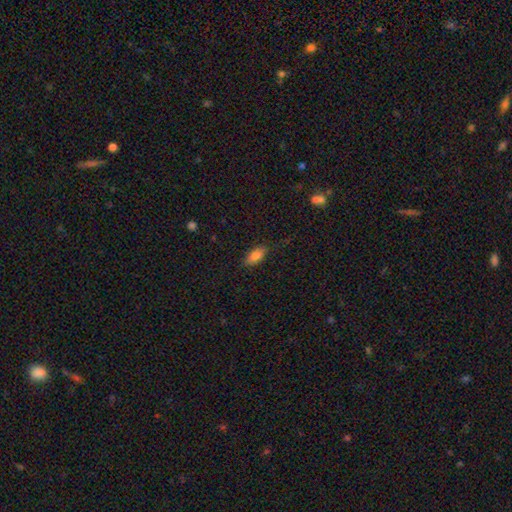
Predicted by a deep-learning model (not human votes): Q: Smooth or featured?
A: smooth (83%); runner-up: featured or disk (9%)
Q: How rounded?
A: in between (86%); runner-up: cigar-shaped (12%)
Q: Merging?
A: none (82%); runner-up: minor disturbance (14%)